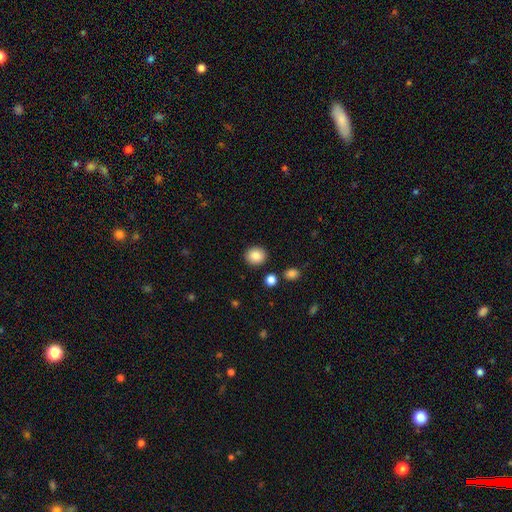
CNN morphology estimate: The model was most divided on "how rounded": round: 82%, in between: 17%, cigar-shaped: 1%. More confident: merging — none (89%); smooth or featured — smooth (85%).